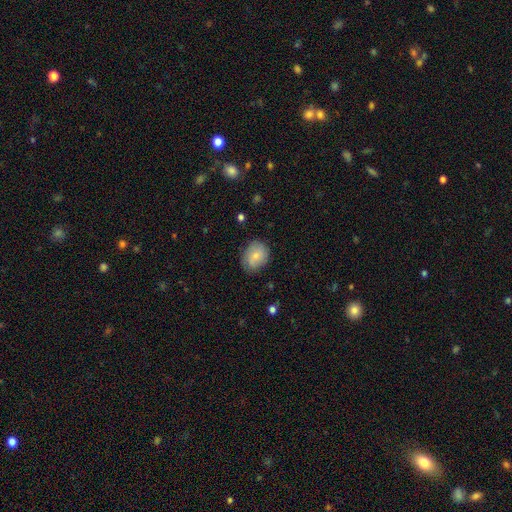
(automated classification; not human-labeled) This appears to be a smooth galaxy with no disk features (75%) that is in between round and cigar-shaped (51%). Merging: none (75%).